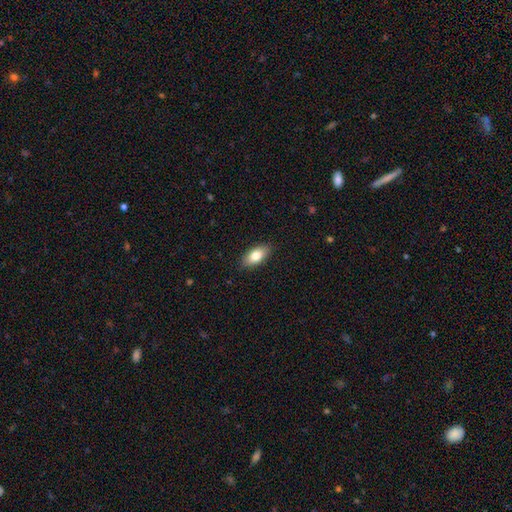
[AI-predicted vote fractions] smooth 79%, featured or disk 14%, star or artifact 7%. Down the decision tree: how rounded — in between (89%); merging — none (88%).